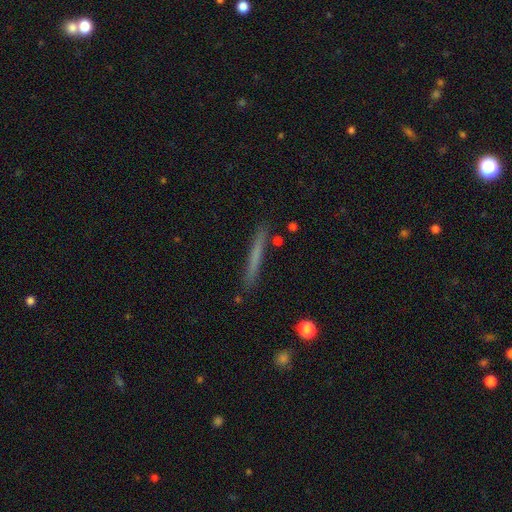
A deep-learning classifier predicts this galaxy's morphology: The model was most divided on "smooth or featured": smooth: 58%, featured or disk: 35%, star or artifact: 7%. More confident: how rounded — cigar-shaped (97%); merging — none (89%).